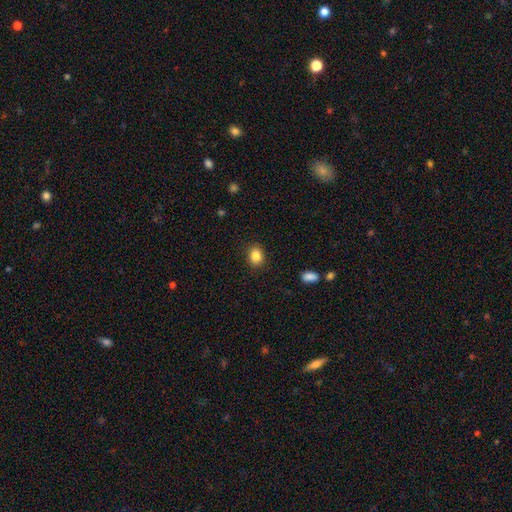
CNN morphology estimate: smooth_or_featured: smooth (p=0.85) [alt: star or artifact p=0.09]
how_rounded: in between (p=0.55) [alt: round p=0.44]
merging: none (p=0.88) [alt: minor disturbance p=0.08]